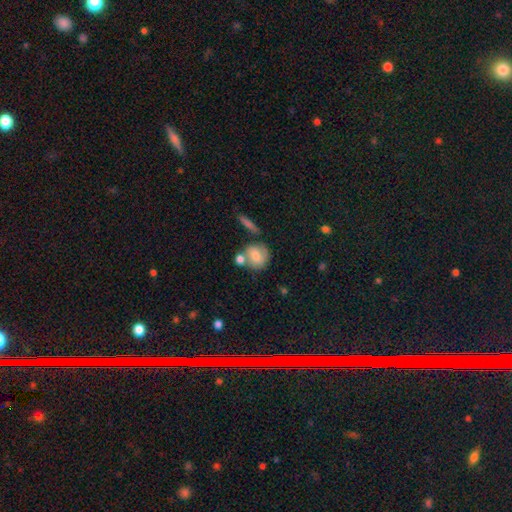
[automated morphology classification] smooth-or-featured: smooth: 70% | featured or disk: 22% | star or artifact: 8%
  how-rounded: round: 76% | in between: 23% | cigar-shaped: 2%
  merging: none: 52% | merger: 25% | minor disturbance: 17% | major disturbance: 6%